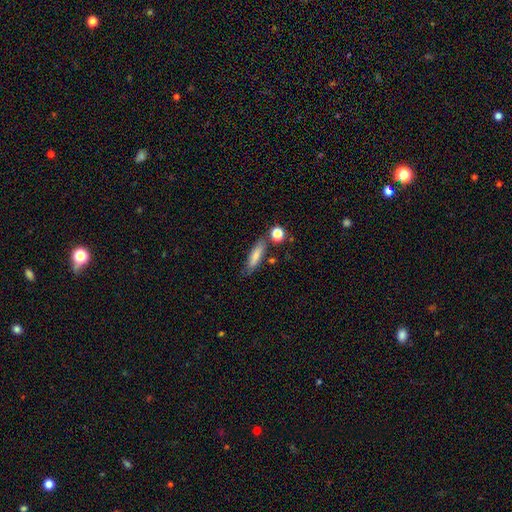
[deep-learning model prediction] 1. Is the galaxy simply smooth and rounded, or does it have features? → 76% smooth, 16% featured or disk, 8% star or artifact.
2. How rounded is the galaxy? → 65% cigar-shaped, 32% in between, 3% round.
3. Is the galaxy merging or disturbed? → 70% none, 16% minor disturbance, 10% merger, 5% major disturbance.